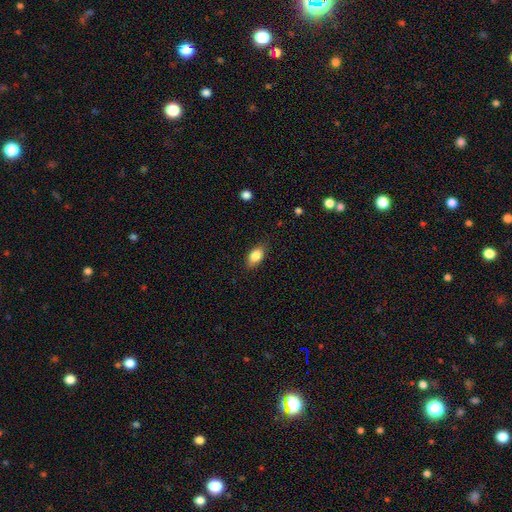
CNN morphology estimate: Smooth or featured? Predicted: smooth (p=0.84). How rounded? Predicted: in between (p=0.88). Merging? Predicted: none (p=0.82).